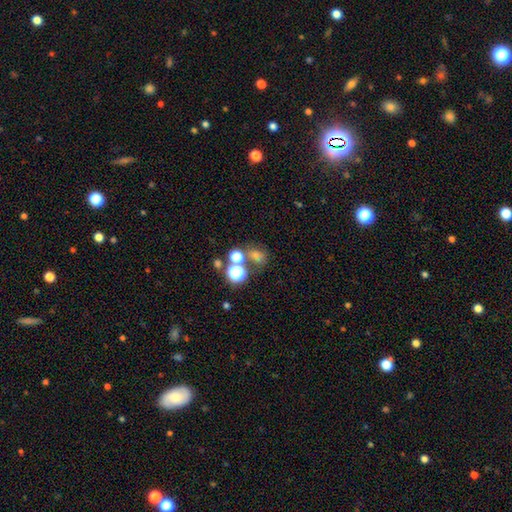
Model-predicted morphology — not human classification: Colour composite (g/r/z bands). It shows a smooth galaxy with no disk features (50%). Merging: none (56%).